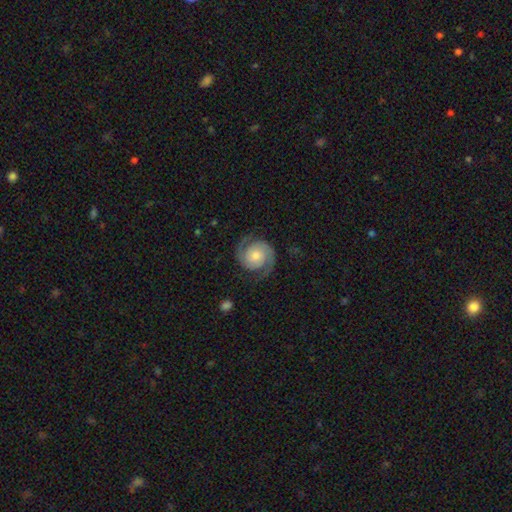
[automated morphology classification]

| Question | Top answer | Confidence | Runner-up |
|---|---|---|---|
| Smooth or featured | featured or disk | 88% | smooth (7%) |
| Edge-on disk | no | 98% | yes (2%) |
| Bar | no | 73% | weak (21%) |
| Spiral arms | yes | 98% | no (2%) |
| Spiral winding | tight | 49% | medium (41%) |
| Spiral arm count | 2 | 94% | can't tell (2%) |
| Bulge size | moderate | 51% | small (32%) |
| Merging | none | 82% | minor disturbance (12%) |